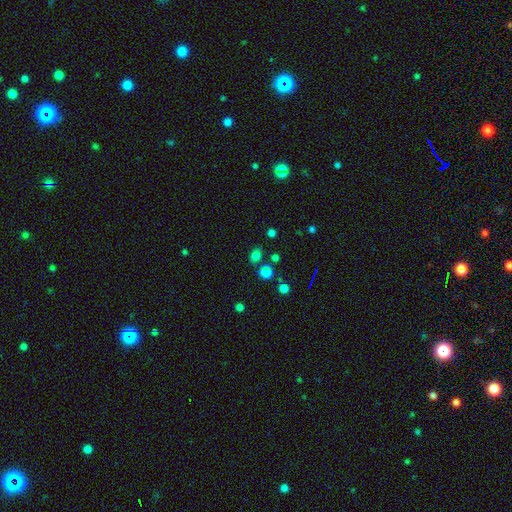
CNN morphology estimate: This appears to be a smooth galaxy with no disk features (75%) that is in between round and cigar-shaped (54%). Merging: none (74%).